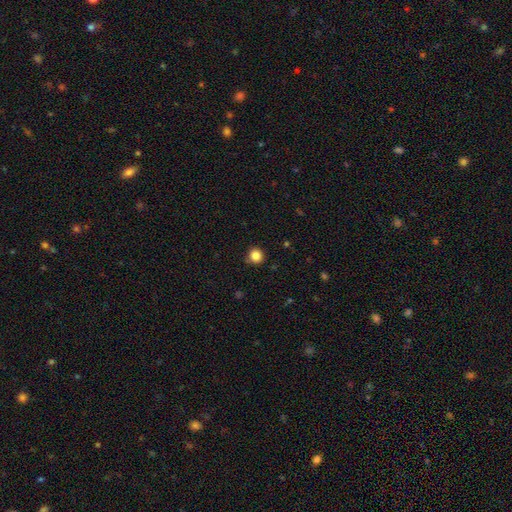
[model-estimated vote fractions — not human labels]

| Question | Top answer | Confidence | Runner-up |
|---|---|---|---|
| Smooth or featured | smooth | 85% | star or artifact (12%) |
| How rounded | round | 93% | in between (6%) |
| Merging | none | 87% | minor disturbance (9%) |